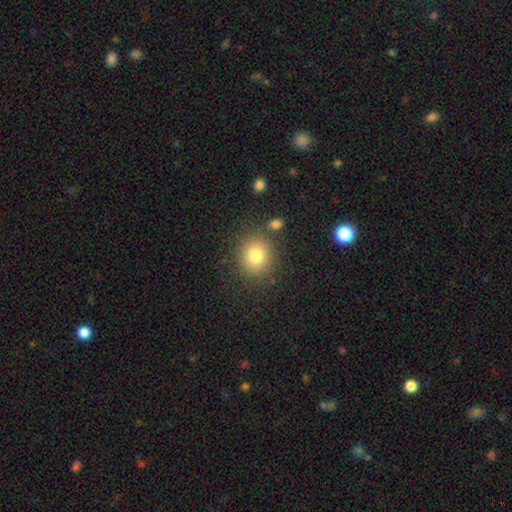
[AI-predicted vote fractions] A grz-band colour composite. It shows a smooth galaxy with no disk features (79%) that is round (80%). Merging: none (82%).